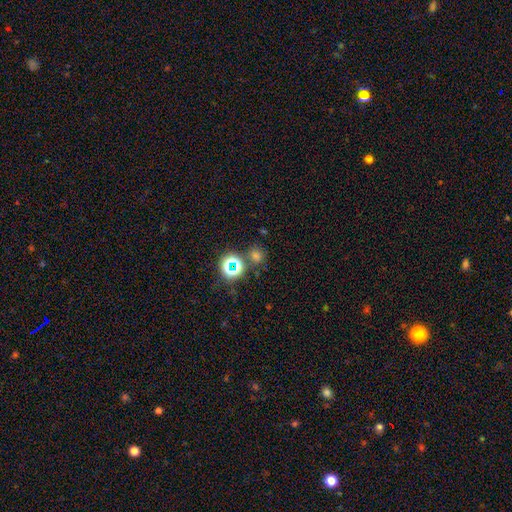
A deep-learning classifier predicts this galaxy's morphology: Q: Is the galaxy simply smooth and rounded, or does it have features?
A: smooth — 54%.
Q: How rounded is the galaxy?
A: round — 84%.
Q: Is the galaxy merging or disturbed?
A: none — 74%.